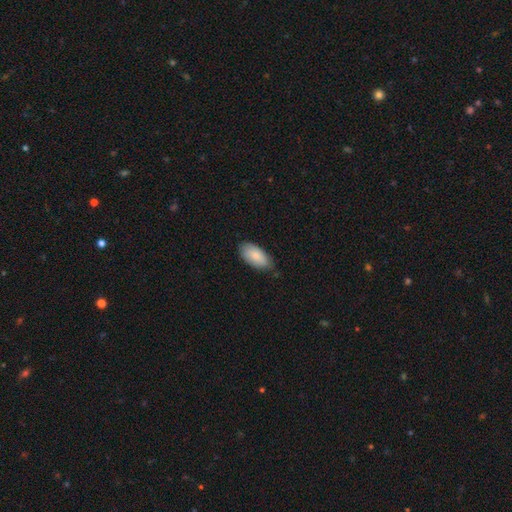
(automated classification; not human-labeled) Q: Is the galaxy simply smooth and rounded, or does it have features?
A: smooth — 84%.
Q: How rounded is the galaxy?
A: in between — 94%.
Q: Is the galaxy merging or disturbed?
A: none — 75%.